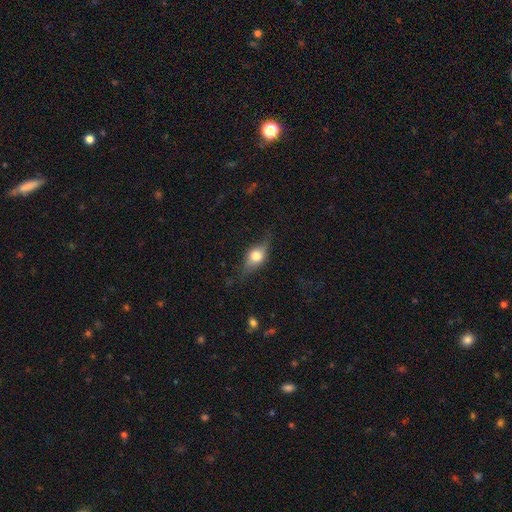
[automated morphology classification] Smooth or featured?
  - smooth: 51% *
  - featured or disk: 40%
  - star or artifact: 8%
How rounded?
  - in between: 70% *
  - round: 17%
  - cigar-shaped: 13%
Merging?
  - none: 74% *
  - minor disturbance: 19%
  - major disturbance: 6%
  - merger: 1%